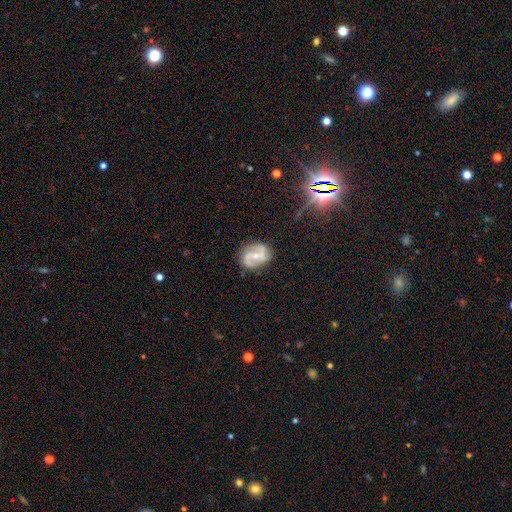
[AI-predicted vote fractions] Smooth or featured? Predicted: featured or disk (p=0.81). Edge-on disk? Predicted: no (p=0.97). Bar? Predicted: weak (p=0.41). Spiral arms? Predicted: yes (p=0.91). Spiral winding? Predicted: medium (p=0.49). Spiral arm count? Predicted: 2 (p=0.89). Bulge size? Predicted: small (p=0.50). Merging? Predicted: none (p=0.75).